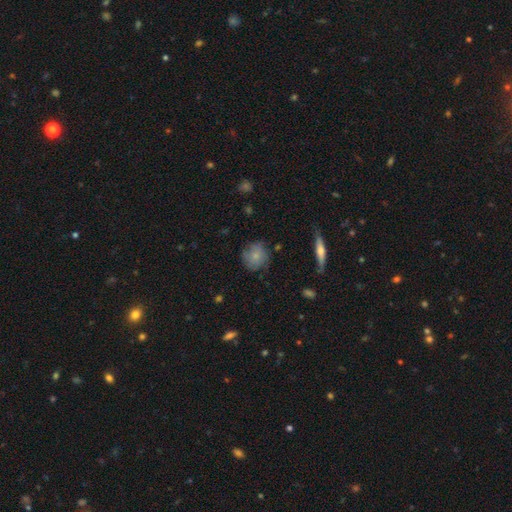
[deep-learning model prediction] A smooth galaxy with no disk features (73%) that is round (85%).

Vote fractions:
- Smooth or featured? smooth: 73% / featured or disk: 19% / star or artifact: 8%
- How rounded? round: 85% / in between: 13% / cigar-shaped: 1%
- Merging? none: 74% / minor disturbance: 19% / major disturbance: 5% / merger: 2%